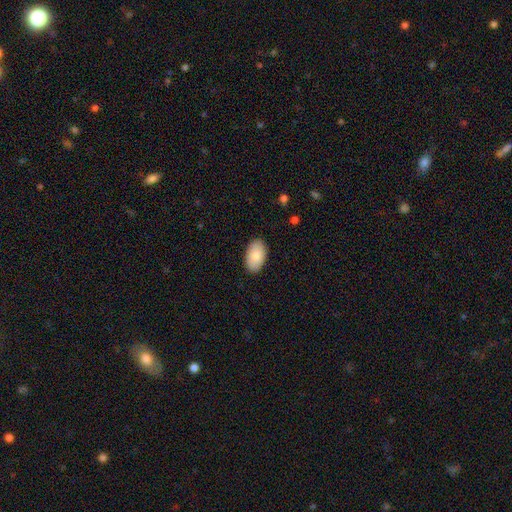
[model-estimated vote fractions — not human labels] Smooth or featured?
  - smooth: 85% *
  - featured or disk: 9%
  - star or artifact: 6%
How rounded?
  - in between: 95% *
  - round: 4%
  - cigar-shaped: 1%
Merging?
  - none: 88% *
  - minor disturbance: 9%
  - major disturbance: 2%
  - merger: 1%